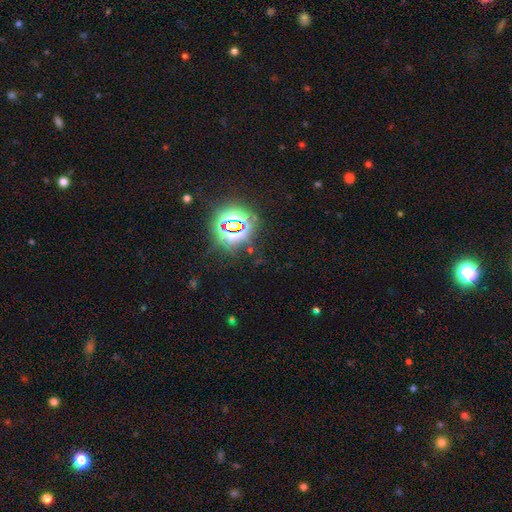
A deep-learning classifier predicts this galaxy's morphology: smooth-or-featured: star or artifact: 84% | smooth: 9% | featured or disk: 7%